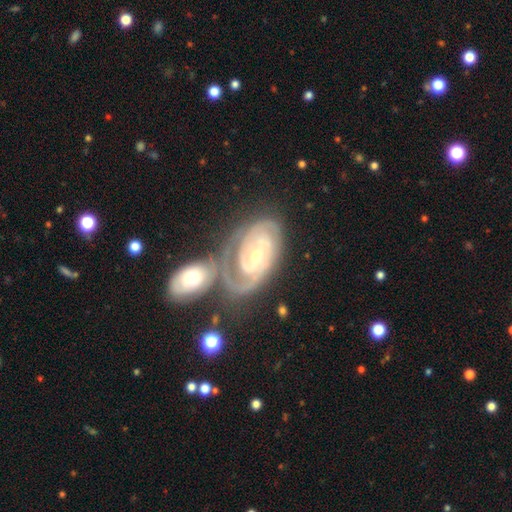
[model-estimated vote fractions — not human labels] smooth_or_featured: featured or disk (p=0.89) [alt: smooth p=0.06]
disk_edge_on: no (p=0.96) [alt: yes p=0.04]
bar: no (p=0.53) [alt: weak p=0.33]
has_spiral_arms: yes (p=0.98) [alt: no p=0.02]
spiral_winding: tight (p=0.75) [alt: medium p=0.21]
spiral_arm_count: 2 (p=0.54) [alt: 3 p=0.18]
bulge_size: small (p=0.55) [alt: moderate p=0.40]
merging: none (p=0.44) [alt: merger p=0.34]